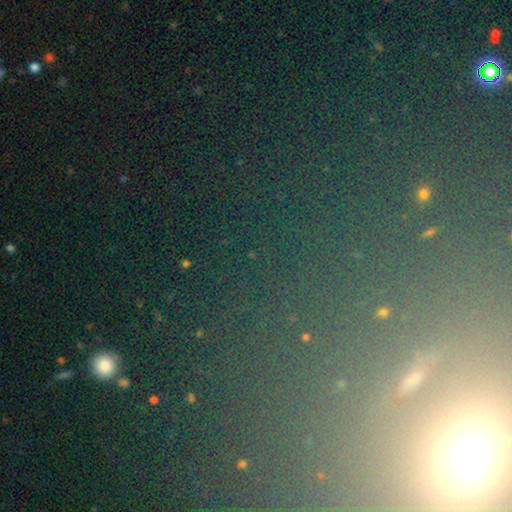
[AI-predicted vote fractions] The model was most divided on "smooth or featured": star or artifact: 69%, smooth: 18%, featured or disk: 13%.